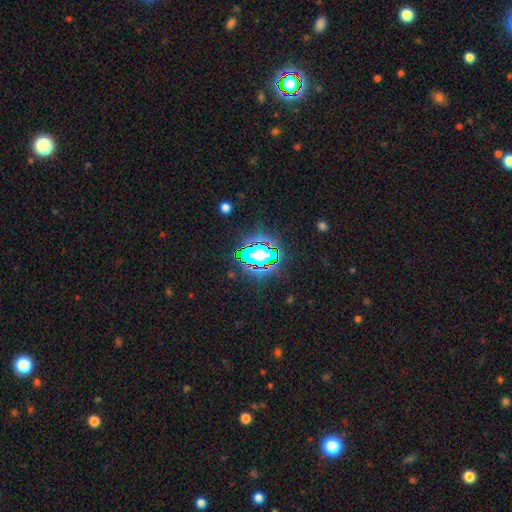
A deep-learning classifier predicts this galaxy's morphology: type=star or artifact (82%).